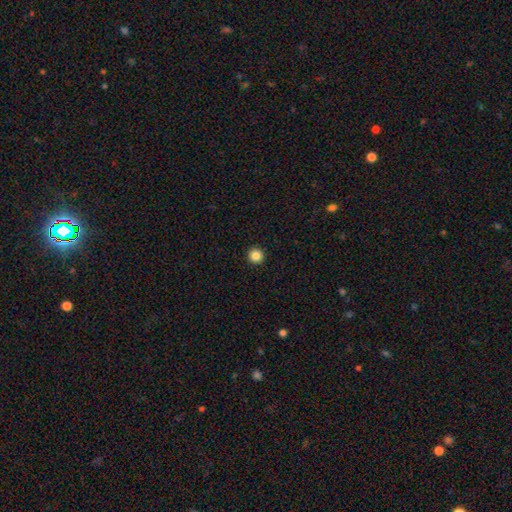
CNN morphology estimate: smooth-or-featured: smooth: 85% | star or artifact: 11% | featured or disk: 4%
  how-rounded: round: 96% | in between: 3% | cigar-shaped: 1%
  merging: none: 94% | minor disturbance: 4% | major disturbance: 1% | merger: 1%